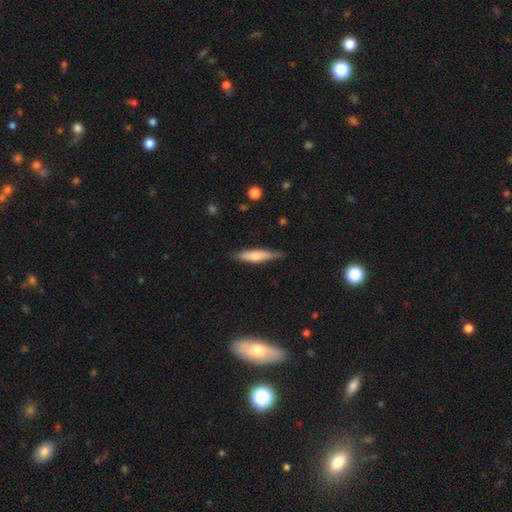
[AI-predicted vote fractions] Q: Smooth or featured?
A: smooth (66%); runner-up: featured or disk (29%)
Q: How rounded?
A: cigar-shaped (76%); runner-up: in between (22%)
Q: Merging?
A: none (74%); runner-up: minor disturbance (21%)